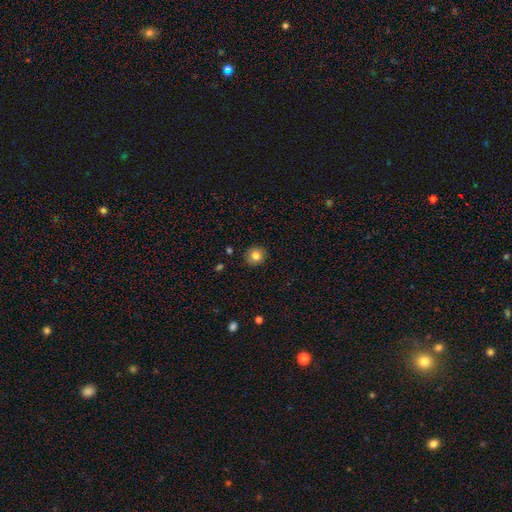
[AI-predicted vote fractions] Smooth or featured? smooth (82%)
How rounded? round (89%)
Merging? none (90%)